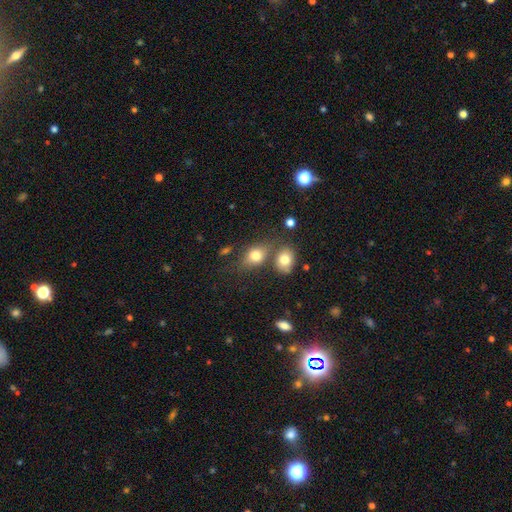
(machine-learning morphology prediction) This is likely a smooth galaxy (77%). How rounded: likely in between (70%). Merging: possibly none (51%).